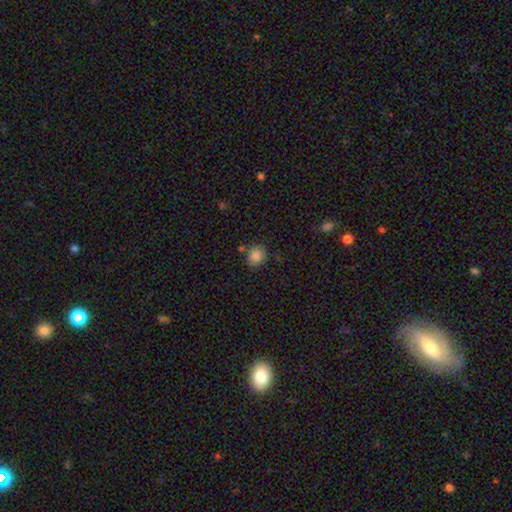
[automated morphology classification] A smooth galaxy with no disk features (85%) that is round (74%). Merging: none (78%).